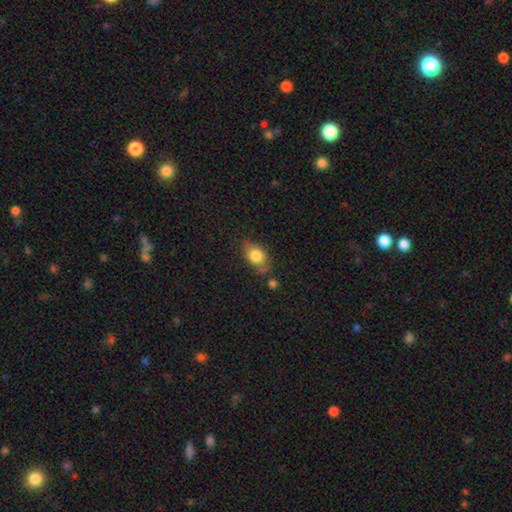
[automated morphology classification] Q: Smooth or featured?
A: smooth (79%); runner-up: featured or disk (13%)
Q: How rounded?
A: in between (70%); runner-up: round (29%)
Q: Merging?
A: none (62%); runner-up: minor disturbance (24%)